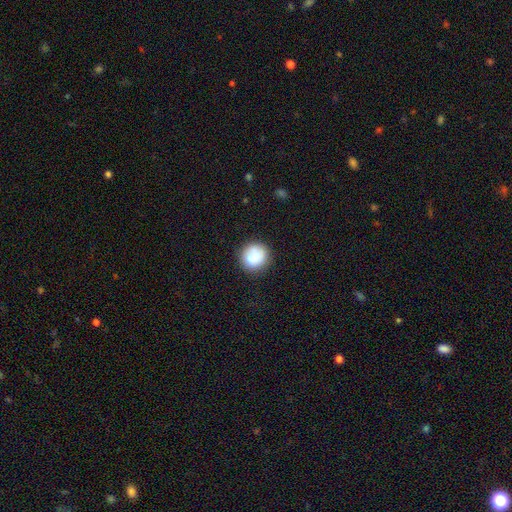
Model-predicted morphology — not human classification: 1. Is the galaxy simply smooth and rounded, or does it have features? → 78% smooth, 14% featured or disk, 9% star or artifact.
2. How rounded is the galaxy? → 89% round, 10% in between, 1% cigar-shaped.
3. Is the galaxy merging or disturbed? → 69% none, 16% minor disturbance, 9% merger, 6% major disturbance.